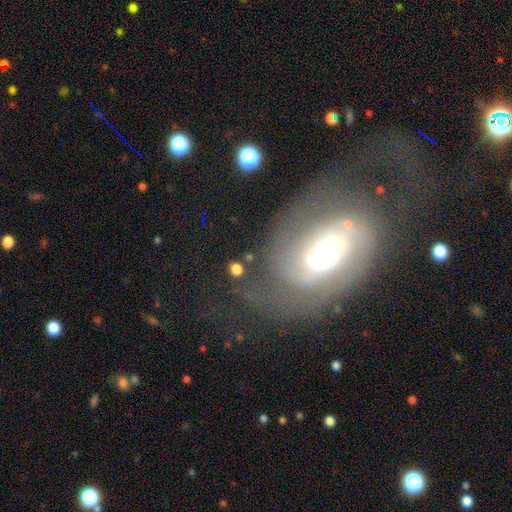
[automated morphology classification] Overall: featured or disk (81%). Edge-on disk: no (96%). Bar: no (54%; weak 33%). Spiral arms: yes (91%). Spiral arm count: 2 (49%; can't tell 28%). Spiral winding: tight (54%; medium 33%). Bulge size: moderate (49%; small 31%). Merging: none (56%; major disturbance 23%).